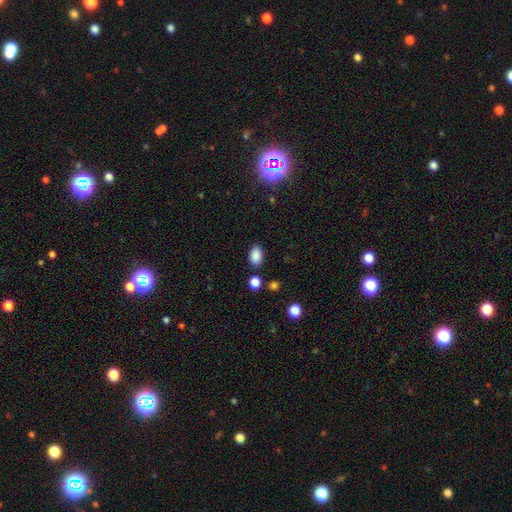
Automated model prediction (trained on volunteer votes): This is clearly a smooth galaxy (87%). How rounded: clearly in between (87%). Merging: clearly none (83%).